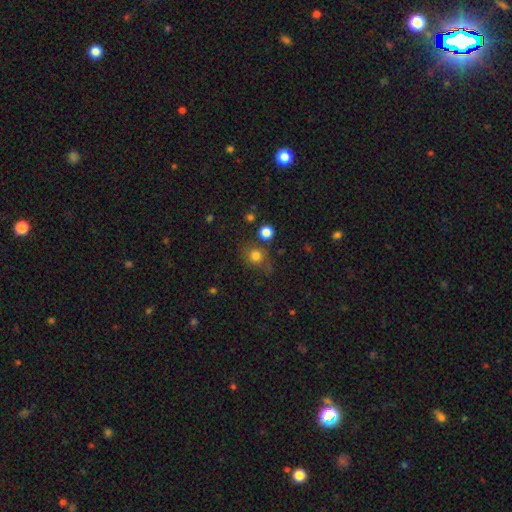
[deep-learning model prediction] Q: Smooth or featured?
A: smooth (77%); runner-up: star or artifact (15%)
Q: How rounded?
A: round (83%); runner-up: in between (16%)
Q: Merging?
A: none (68%); runner-up: minor disturbance (15%)